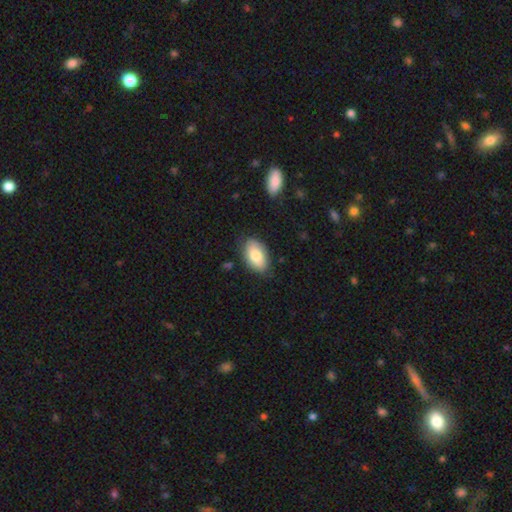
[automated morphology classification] The model was most divided on "smooth or featured": smooth: 79%, featured or disk: 15%, star or artifact: 6%. More confident: how rounded — in between (93%); merging — none (80%).